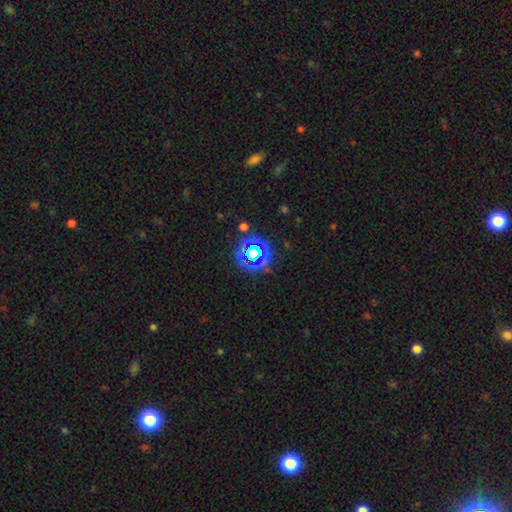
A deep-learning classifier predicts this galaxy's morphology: Smooth or featured? Predicted: star or artifact (p=0.68).